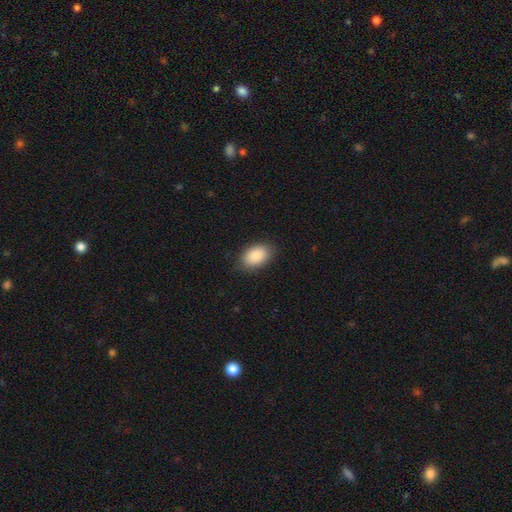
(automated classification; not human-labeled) A smooth galaxy with no disk features (88%) that is in between round and cigar-shaped (89%). Merging: none (85%).